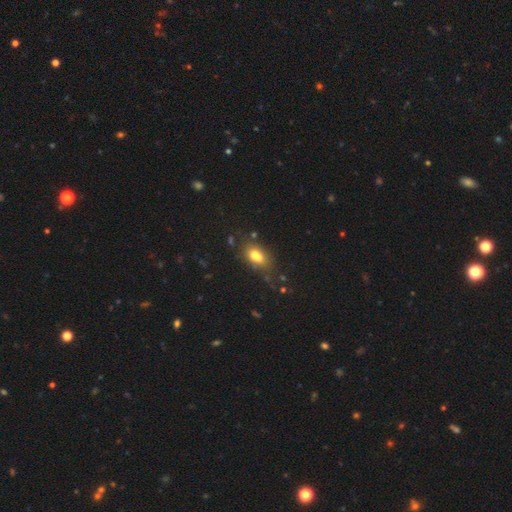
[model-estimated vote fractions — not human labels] A smooth galaxy with no disk features (74%) that is in between round and cigar-shaped (84%).

Vote fractions:
- Smooth or featured? smooth: 74% / featured or disk: 14% / star or artifact: 12%
- How rounded? in between: 84% / round: 12% / cigar-shaped: 4%
- Merging? none: 53% / merger: 23% / minor disturbance: 18% / major disturbance: 7%